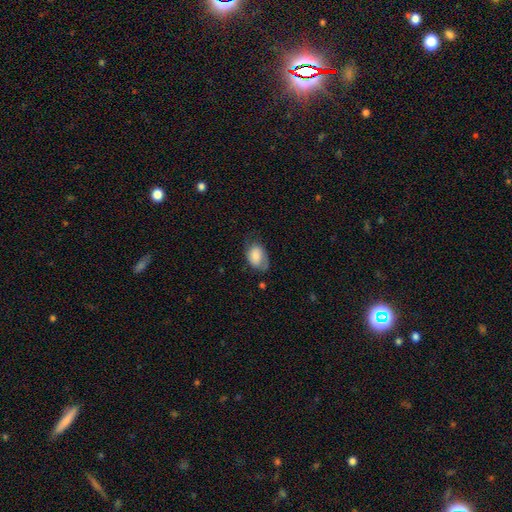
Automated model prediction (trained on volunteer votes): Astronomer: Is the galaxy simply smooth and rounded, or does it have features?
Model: smooth — 77%.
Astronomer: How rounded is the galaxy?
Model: in between — 85%.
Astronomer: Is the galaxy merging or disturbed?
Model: none — 47% (runner-up: minor disturbance, 34%).